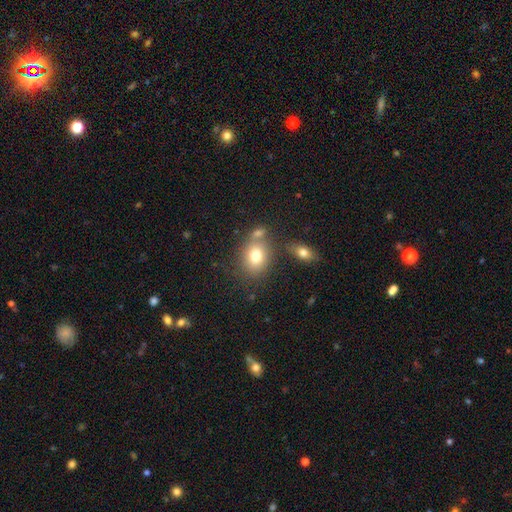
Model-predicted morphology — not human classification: type=smooth (78%); roundness=in between (60%); merging=none (58%).